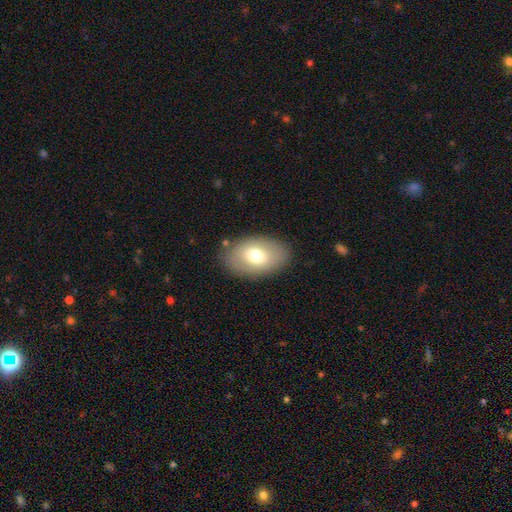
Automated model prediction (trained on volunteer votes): A smooth galaxy with no disk features (68%) that is in between round and cigar-shaped (91%). Merging: none (84%).